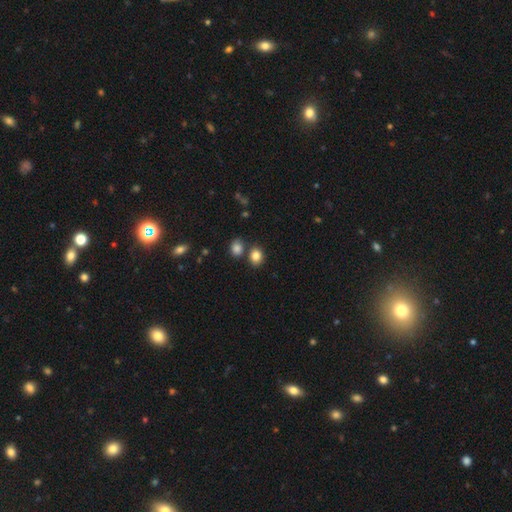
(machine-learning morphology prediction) Q: Smooth or featured?
A: smooth (84%); runner-up: star or artifact (10%)
Q: How rounded?
A: round (55%); runner-up: in between (44%)
Q: Merging?
A: none (68%); runner-up: merger (19%)